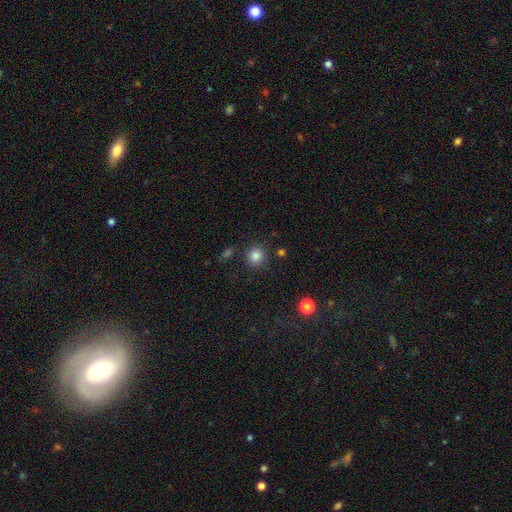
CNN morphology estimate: type=smooth (84%); roundness=round (92%); merging=none (86%).